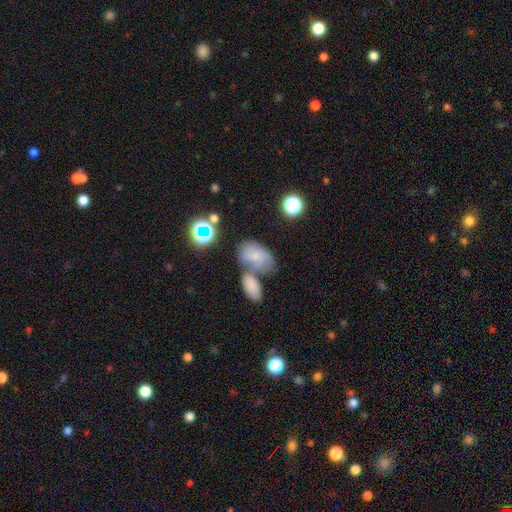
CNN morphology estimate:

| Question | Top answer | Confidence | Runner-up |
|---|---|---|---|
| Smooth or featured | smooth | 61% | featured or disk (26%) |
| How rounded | in between | 86% | round (12%) |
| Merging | merger | 42% | none (34%) |